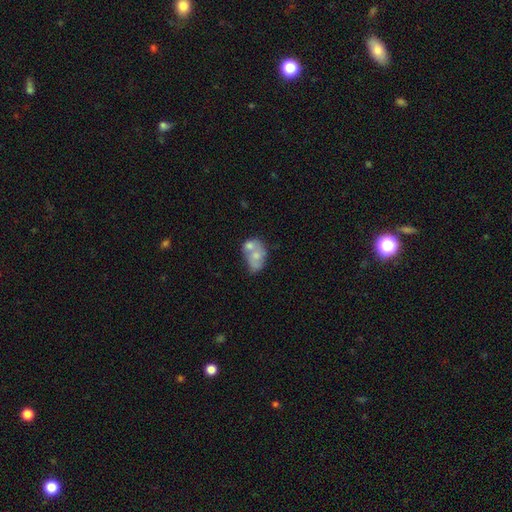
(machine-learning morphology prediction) A smooth galaxy with no disk features (53%) that is in between round and cigar-shaped (73%).

Vote fractions:
- Smooth or featured? smooth: 53% / featured or disk: 40% / star or artifact: 8%
- How rounded? in between: 73% / round: 26% / cigar-shaped: 1%
- Merging? merger: 60% / none: 20% / minor disturbance: 12% / major disturbance: 8%